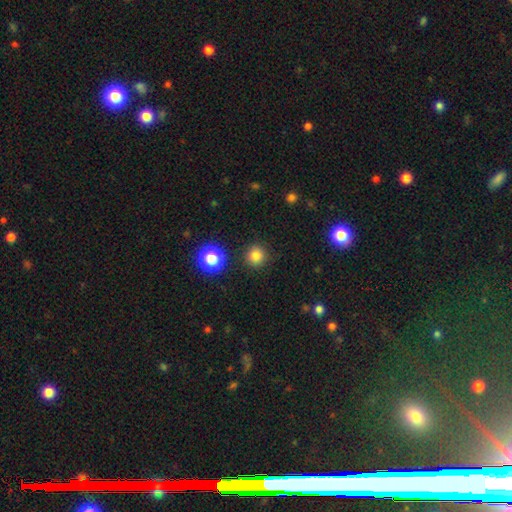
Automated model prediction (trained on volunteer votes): Smooth or featured: smooth — 81% (star or artifact — 15%)
How rounded: round — 94% (in between — 5%)
Merging: none — 90% (minor disturbance — 5%)